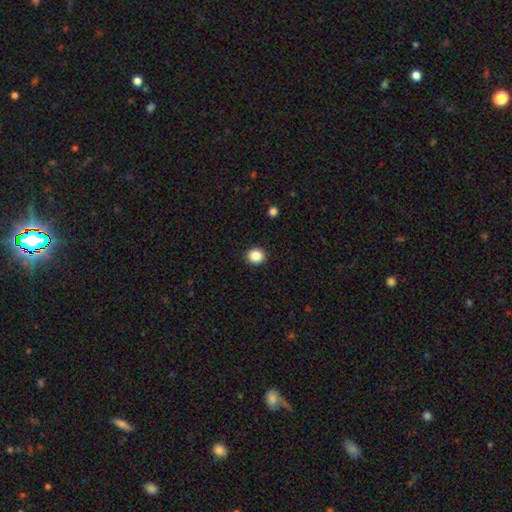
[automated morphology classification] This appears to be a smooth galaxy with no disk features (86%) that is round (89%). Merging: none (93%).